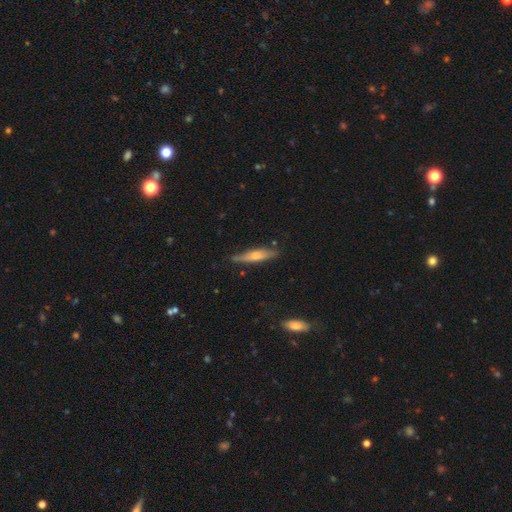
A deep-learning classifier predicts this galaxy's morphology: Overall: smooth (53%; featured or disk 41%). How rounded: cigar-shaped (84%). Merging: none (79%).